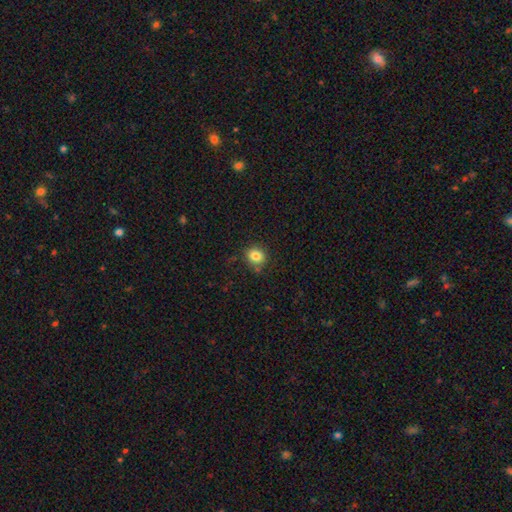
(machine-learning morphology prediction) smooth 82%, star or artifact 11%, featured or disk 6%. Down the decision tree: how rounded — round (75%); merging — none (80%).